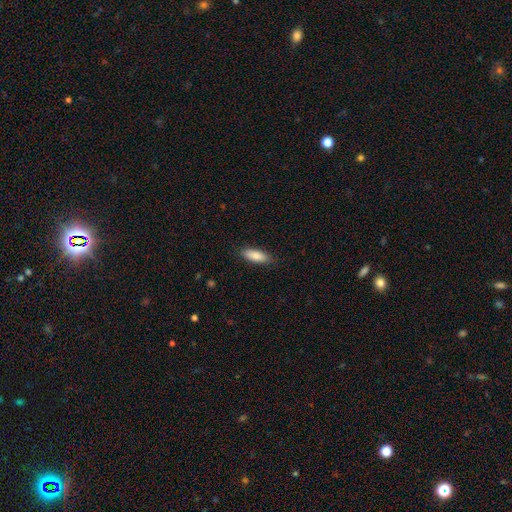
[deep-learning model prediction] Overall: smooth (86%). How rounded: in between (67%; cigar-shaped 31%). Merging: none (86%).